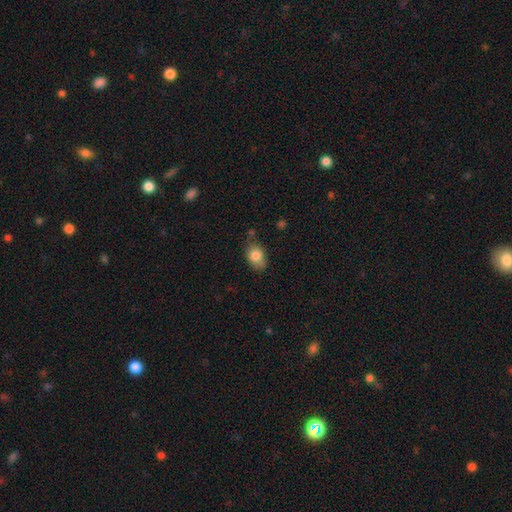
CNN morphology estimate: smooth 83%, featured or disk 9%, star or artifact 8%. Down the decision tree: how rounded — in between (75%); merging — none (66%).